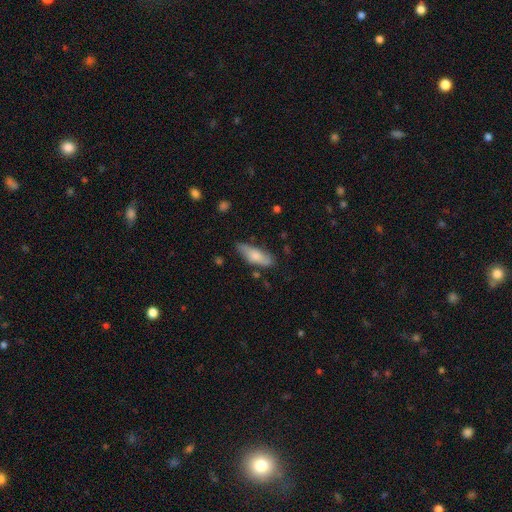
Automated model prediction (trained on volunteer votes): Morphology: type=smooth (67%); roundness=in between (61%); merging=none (66%).